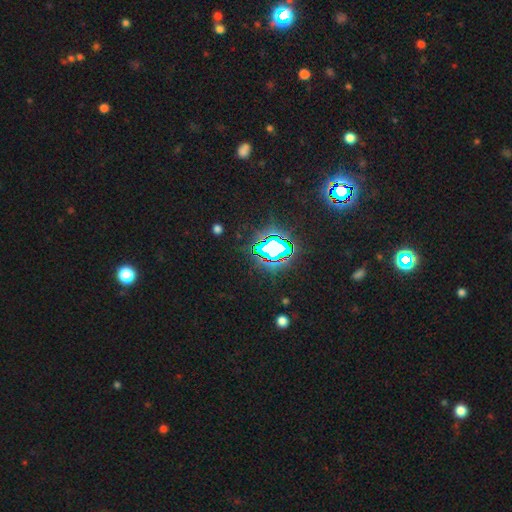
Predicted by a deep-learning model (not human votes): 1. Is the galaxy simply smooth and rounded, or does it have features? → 80% star or artifact, 13% smooth, 7% featured or disk.